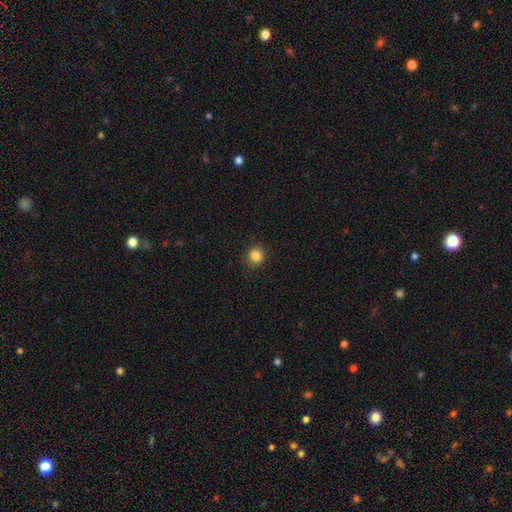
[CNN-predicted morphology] smooth_or_featured: smooth (p=0.85) [alt: star or artifact p=0.11]
how_rounded: round (p=0.84) [alt: in between p=0.15]
merging: none (p=0.88) [alt: minor disturbance p=0.09]